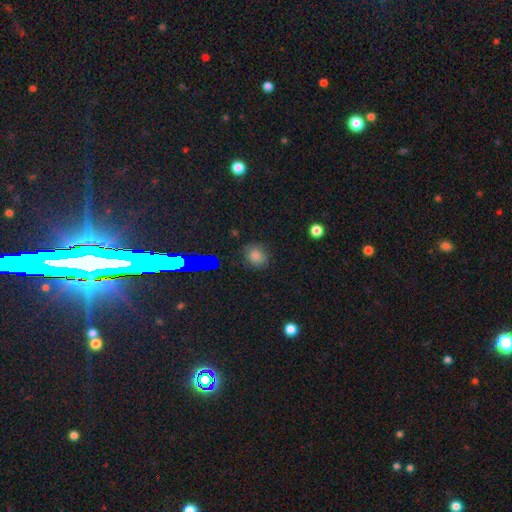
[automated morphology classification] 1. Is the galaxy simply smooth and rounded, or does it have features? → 77% smooth, 17% star or artifact, 6% featured or disk.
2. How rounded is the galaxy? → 72% round, 27% in between, 1% cigar-shaped.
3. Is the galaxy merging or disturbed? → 83% none, 12% minor disturbance, 4% major disturbance, 2% merger.